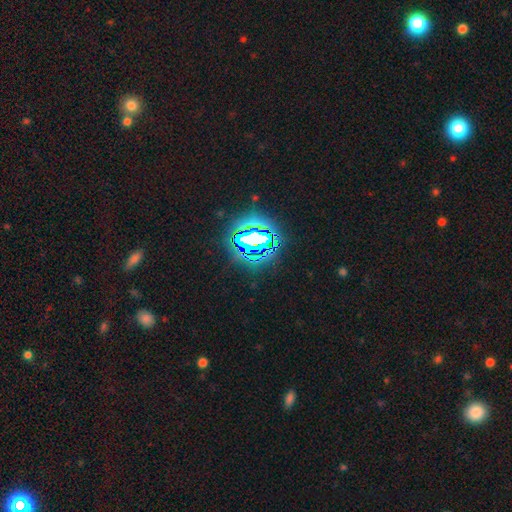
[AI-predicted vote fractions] Q: Smooth or featured?
A: star or artifact (74%); runner-up: smooth (15%)